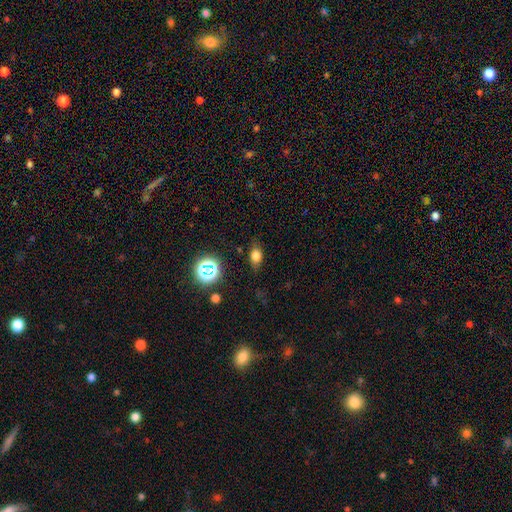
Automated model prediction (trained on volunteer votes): The model was most divided on "how rounded": in between: 74%, round: 22%, cigar-shaped: 4%. More confident: merging — none (77%); smooth or featured — smooth (72%).